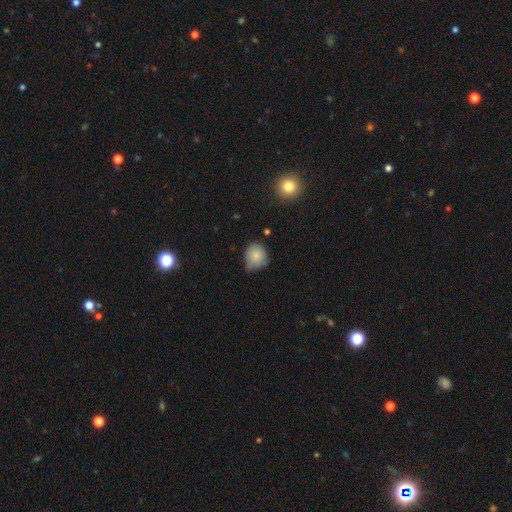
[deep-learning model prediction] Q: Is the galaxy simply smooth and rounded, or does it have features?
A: smooth — 81%.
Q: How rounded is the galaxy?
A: round — 71%.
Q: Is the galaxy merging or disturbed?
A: none — 49%.